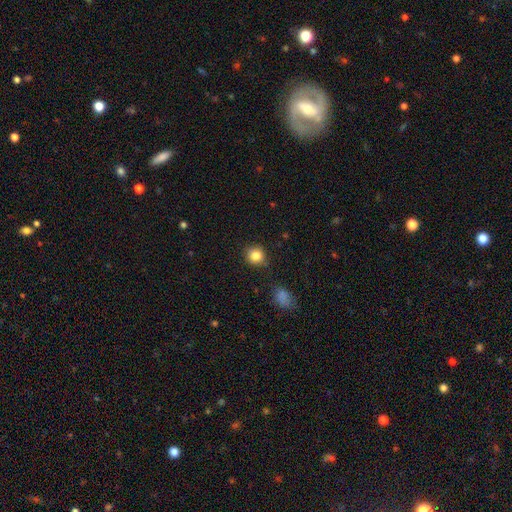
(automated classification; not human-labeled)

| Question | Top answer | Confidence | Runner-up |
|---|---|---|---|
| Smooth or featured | smooth | 84% | star or artifact (10%) |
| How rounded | round | 85% | in between (14%) |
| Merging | none | 83% | minor disturbance (11%) |